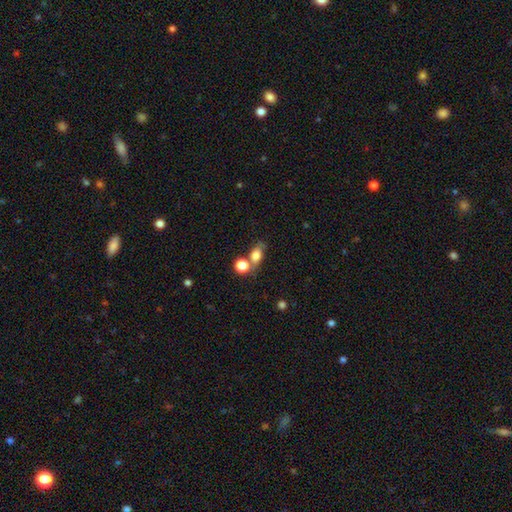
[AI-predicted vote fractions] Smooth or featured? Predicted: smooth (p=0.77). How rounded? Predicted: in between (p=0.67). Merging? Predicted: none (p=0.48).